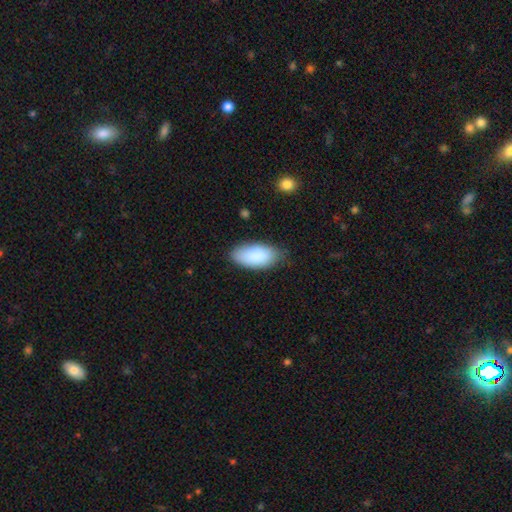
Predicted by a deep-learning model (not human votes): smooth_or_featured: smooth (p=0.89) [alt: star or artifact p=0.06]
how_rounded: in between (p=0.94) [alt: cigar-shaped p=0.04]
merging: none (p=0.77) [alt: minor disturbance p=0.18]